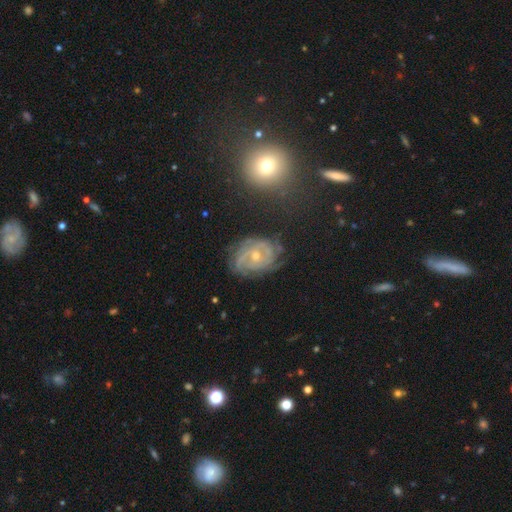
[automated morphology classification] type=featured or disk (85%); edge-on=no (97%); bar=no (66%); spiral arms=yes (95%); winding=tight (70%); arm count=2 (28%); bulge=small (55%); merging=none (72%).